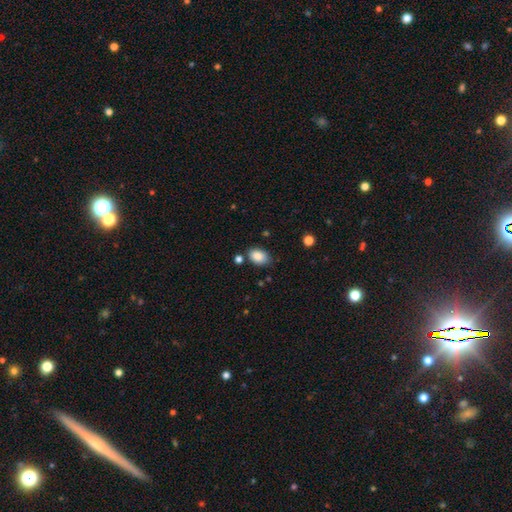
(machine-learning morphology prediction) Smooth or featured?
  - smooth: 87% *
  - star or artifact: 8%
  - featured or disk: 5%
How rounded?
  - in between: 84% *
  - round: 15%
  - cigar-shaped: 1%
Merging?
  - none: 77% *
  - minor disturbance: 14%
  - merger: 5%
  - major disturbance: 3%